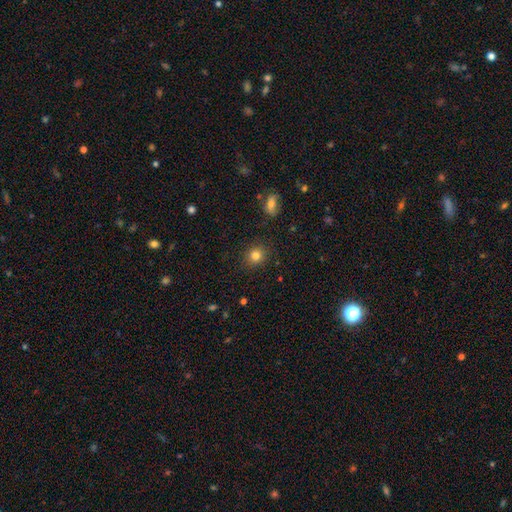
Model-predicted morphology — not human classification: smooth 81%, star or artifact 12%, featured or disk 7%. Down the decision tree: how rounded — round (85%); merging — none (89%).